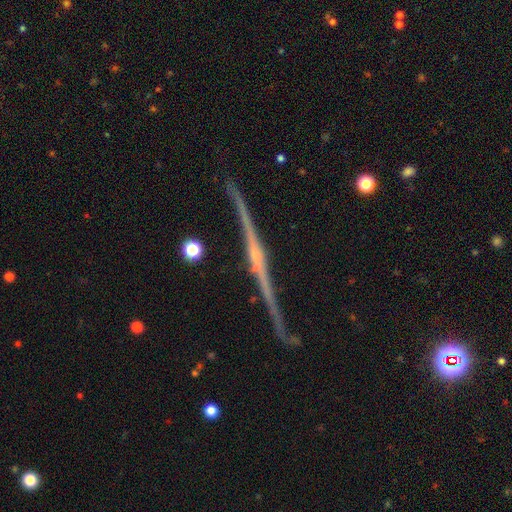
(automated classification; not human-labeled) smooth-or-featured: featured or disk: 87% | star or artifact: 6% | smooth: 6%
  disk-edge-on: yes: 98% | no: 2%
    edge-on-bulge: rounded: 71% | none: 18% | boxy: 11%
  merging: none: 84% | minor disturbance: 11% | merger: 3% | major disturbance: 3%